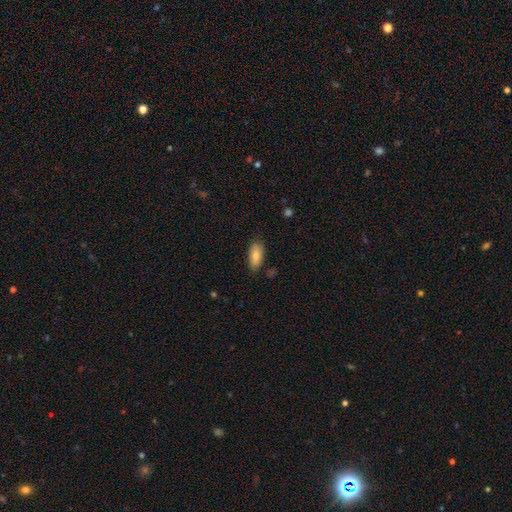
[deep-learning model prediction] Smooth or featured?
  - smooth: 82% *
  - featured or disk: 12%
  - star or artifact: 7%
How rounded?
  - in between: 85% *
  - cigar-shaped: 13%
  - round: 2%
Merging?
  - none: 78% *
  - minor disturbance: 17%
  - major disturbance: 3%
  - merger: 2%